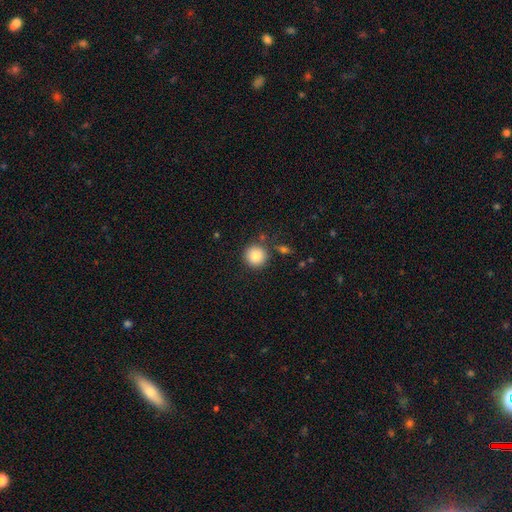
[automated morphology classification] smooth-or-featured: smooth: 84% | star or artifact: 9% | featured or disk: 7%
  how-rounded: round: 94% | in between: 5% | cigar-shaped: 1%
  merging: none: 85% | minor disturbance: 8% | merger: 4% | major disturbance: 3%